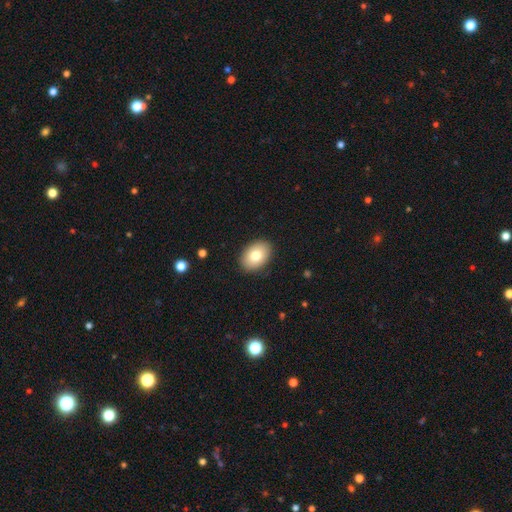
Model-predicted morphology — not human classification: The model was most divided on "how rounded": in between: 81%, round: 18%, cigar-shaped: 1%. More confident: merging — none (89%); smooth or featured — smooth (79%).